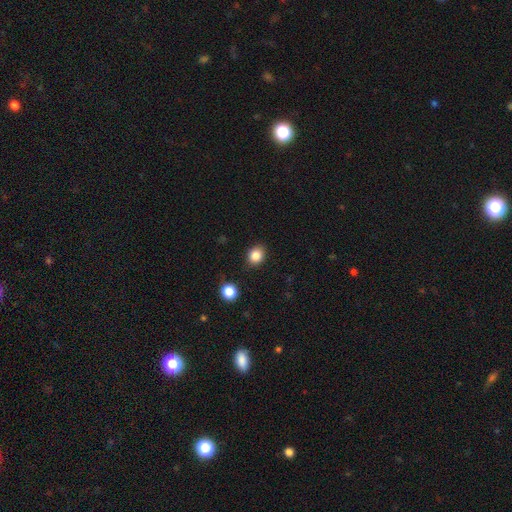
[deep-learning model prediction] A smooth galaxy with no disk features (84%) that is round (66%).

Vote fractions:
- Smooth or featured? smooth: 84% / star or artifact: 11% / featured or disk: 5%
- How rounded? round: 66% / in between: 33% / cigar-shaped: 1%
- Merging? none: 87% / minor disturbance: 9% / major disturbance: 2% / merger: 2%